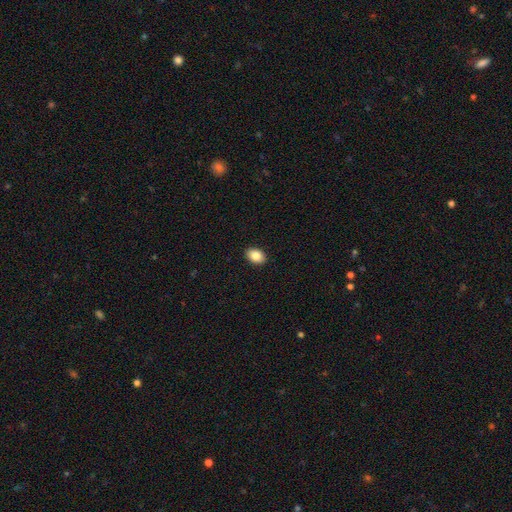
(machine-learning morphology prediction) smooth 86%, star or artifact 8%, featured or disk 7%. Down the decision tree: how rounded — in between (82%); merging — none (91%).